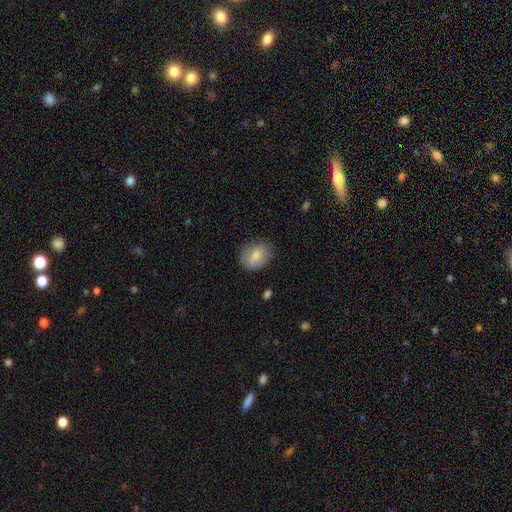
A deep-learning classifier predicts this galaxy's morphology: Smooth or featured: smooth — 78% (featured or disk — 15%)
How rounded: in between — 65% (round — 34%)
Merging: none — 78% (minor disturbance — 16%)